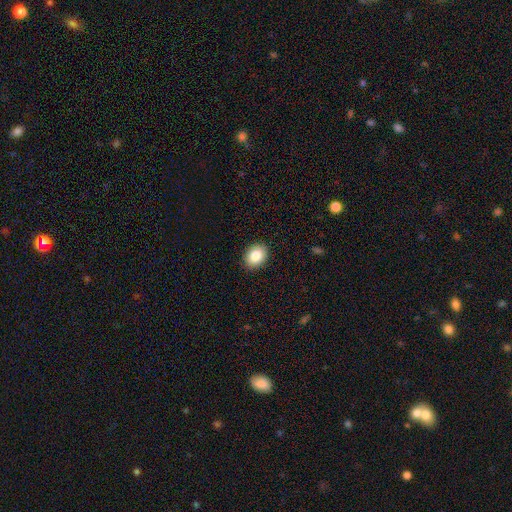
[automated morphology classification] This appears to be a smooth galaxy with no disk features (84%) that is in between round and cigar-shaped (59%). Merging: none (90%).